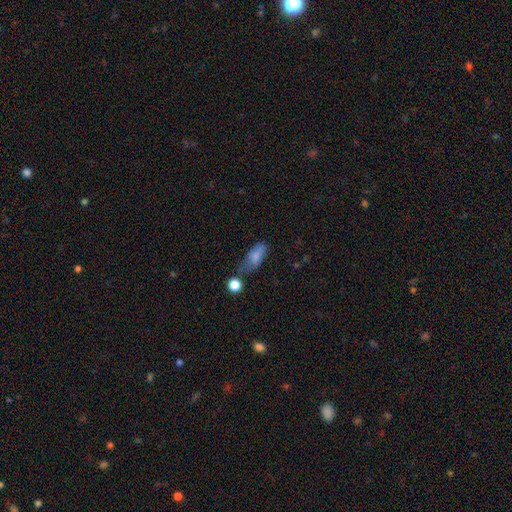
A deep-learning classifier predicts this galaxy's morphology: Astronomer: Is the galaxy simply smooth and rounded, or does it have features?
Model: smooth — 79%.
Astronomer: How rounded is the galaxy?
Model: in between — 84%.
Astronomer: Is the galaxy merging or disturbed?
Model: none — 46% (runner-up: minor disturbance, 31%).